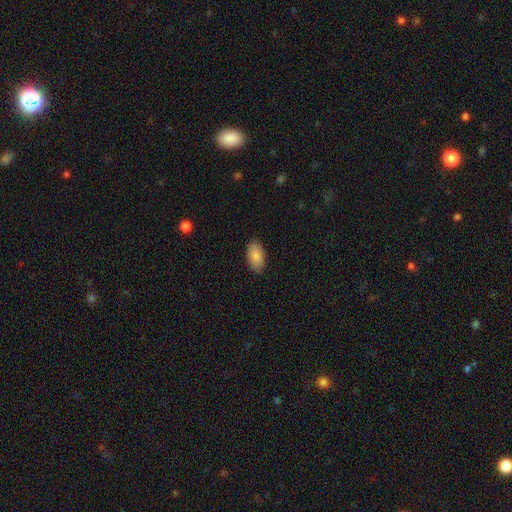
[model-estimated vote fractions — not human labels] Overall: smooth (86%). How rounded: in between (94%). Merging: none (87%).